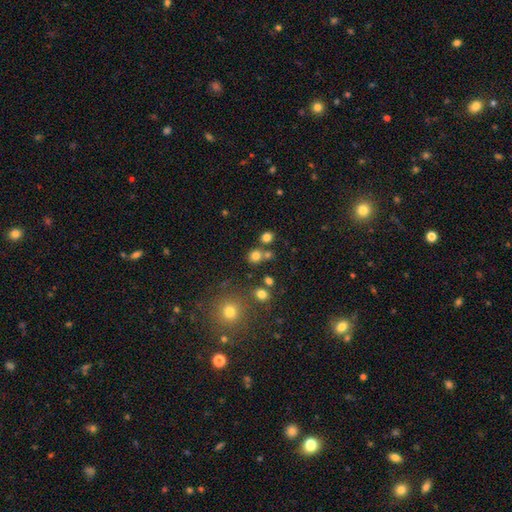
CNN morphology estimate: Overall: smooth (75%). How rounded: round (83%). Merging: none (67%).